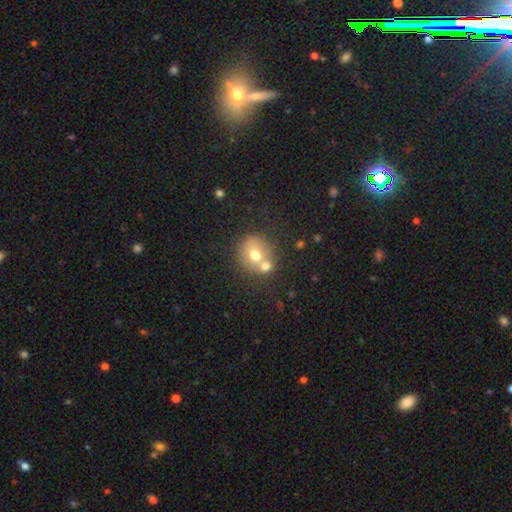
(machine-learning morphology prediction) Smooth or featured: smooth — 65% (featured or disk — 23%)
How rounded: round — 84% (in between — 15%)
Merging: none — 49% (merger — 38%)